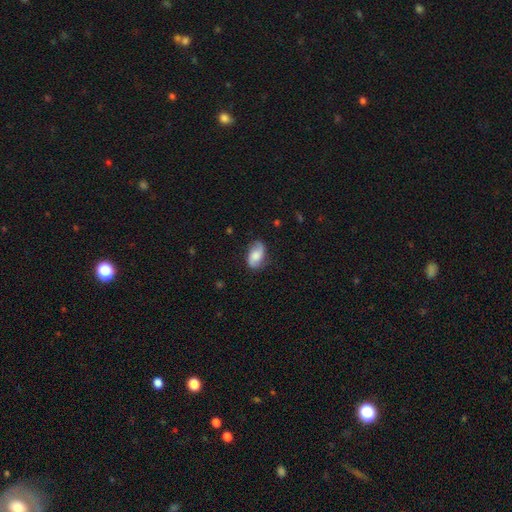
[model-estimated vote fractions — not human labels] smooth_or_featured: smooth (p=0.53) [alt: featured or disk p=0.39]
how_rounded: in between (p=0.90) [alt: round p=0.08]
merging: none (p=0.73) [alt: minor disturbance p=0.20]